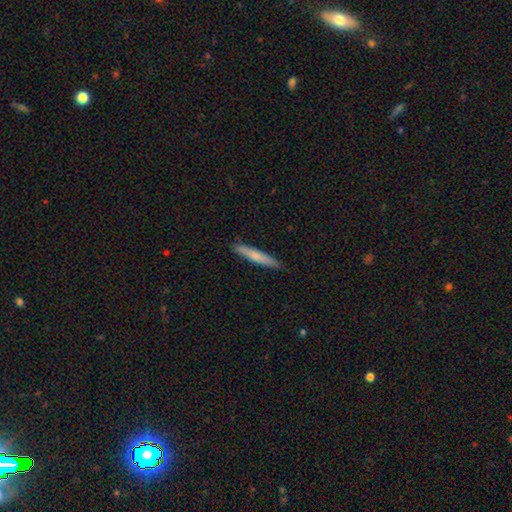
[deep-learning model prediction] smooth_or_featured: smooth (p=0.70) [alt: featured or disk p=0.25]
how_rounded: cigar-shaped (p=0.95) [alt: in between p=0.04]
merging: none (p=0.88) [alt: minor disturbance p=0.09]